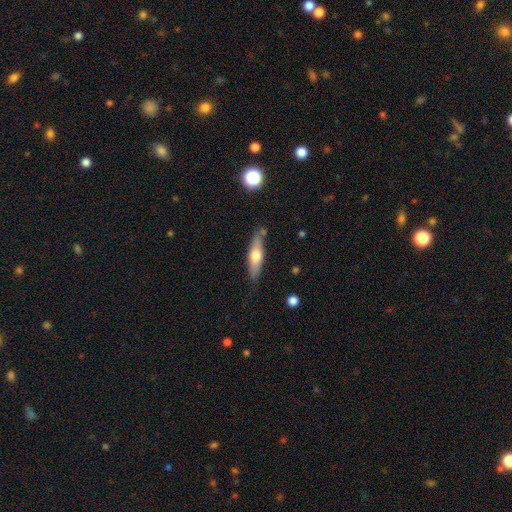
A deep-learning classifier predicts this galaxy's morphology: A smooth galaxy with no disk features (54%) that is cigar-shaped (64%).

Vote fractions:
- Smooth or featured? smooth: 54% / featured or disk: 40% / star or artifact: 6%
- How rounded? cigar-shaped: 64% / in between: 34% / round: 2%
- Merging? none: 78% / minor disturbance: 15% / merger: 4% / major disturbance: 3%